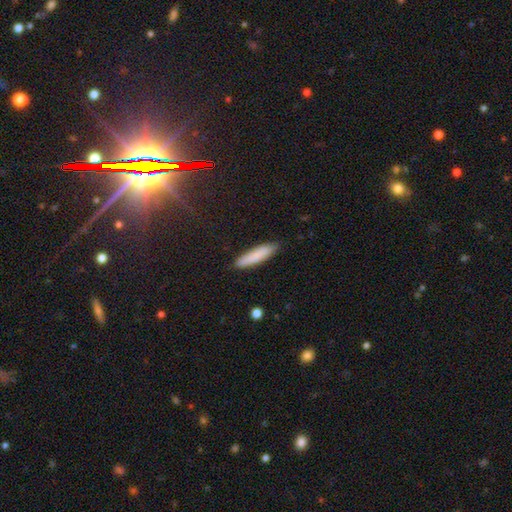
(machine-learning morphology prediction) A smooth galaxy with no disk features (84%) that is cigar-shaped (80%). Merging: none (88%).